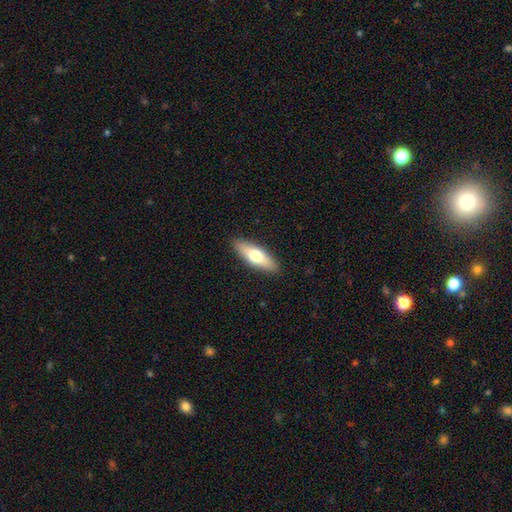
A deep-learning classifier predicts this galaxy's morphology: smooth 64%, featured or disk 31%, star or artifact 6%. Down the decision tree: how rounded — in between (53%); merging — none (89%).